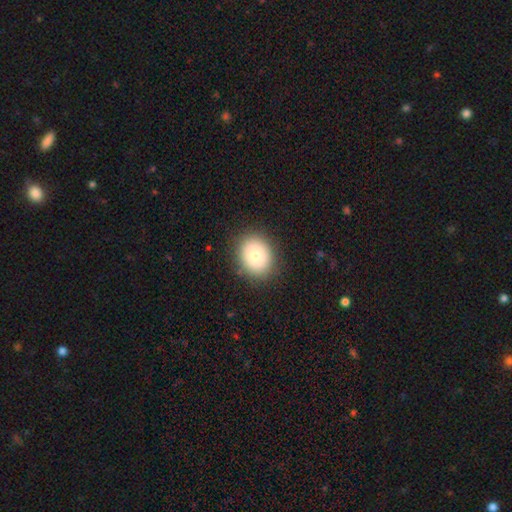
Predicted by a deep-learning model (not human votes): Q: Smooth or featured?
A: smooth (81%); runner-up: featured or disk (10%)
Q: How rounded?
A: round (61%); runner-up: in between (38%)
Q: Merging?
A: none (87%); runner-up: minor disturbance (9%)